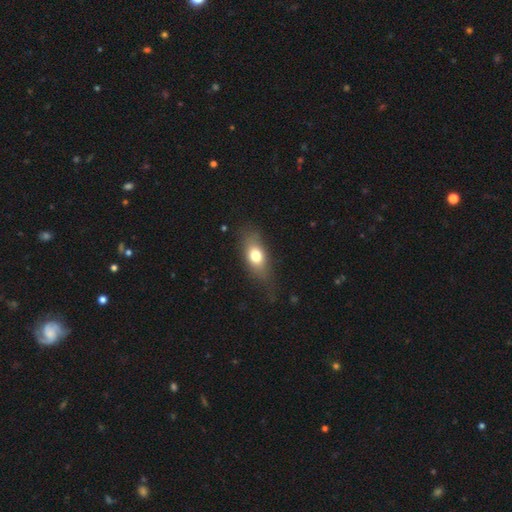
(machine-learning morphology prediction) A smooth galaxy with no disk features (72%) that is in between round and cigar-shaped (77%).

Vote fractions:
- Smooth or featured? smooth: 72% / featured or disk: 19% / star or artifact: 9%
- How rounded? in between: 77% / round: 12% / cigar-shaped: 12%
- Merging? none: 64% / minor disturbance: 24% / major disturbance: 10% / merger: 2%